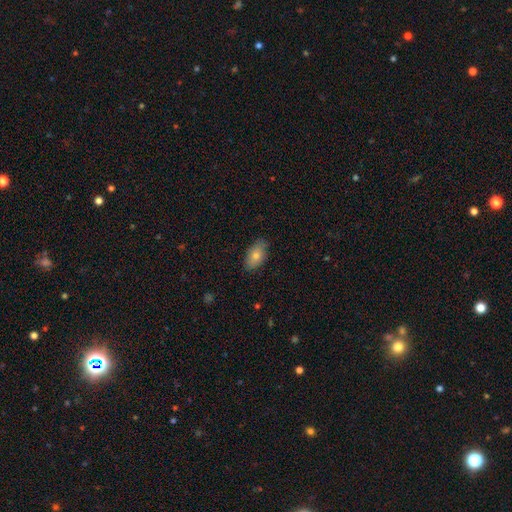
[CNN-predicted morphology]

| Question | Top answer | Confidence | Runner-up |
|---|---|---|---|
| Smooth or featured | smooth | 78% | featured or disk (15%) |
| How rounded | in between | 92% | round (5%) |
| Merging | none | 81% | minor disturbance (15%) |